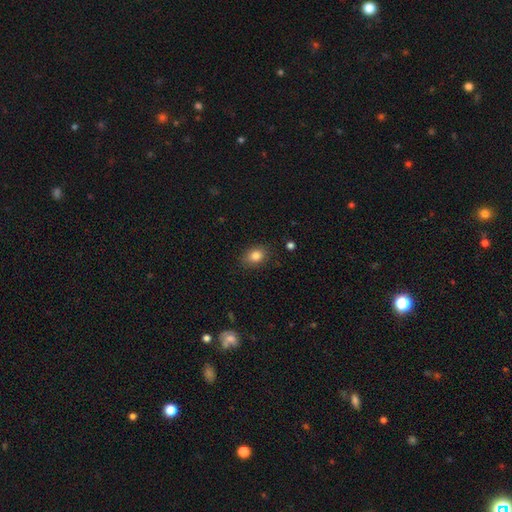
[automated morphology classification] smooth-or-featured: smooth: 84% | star or artifact: 10% | featured or disk: 7%
  how-rounded: in between: 68% | round: 31% | cigar-shaped: 1%
  merging: none: 85% | minor disturbance: 11% | major disturbance: 3% | merger: 1%